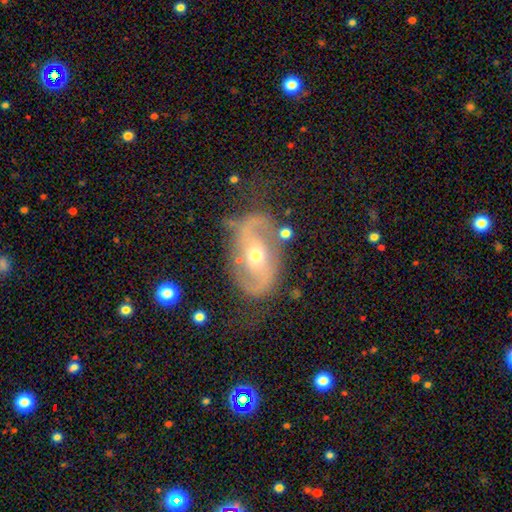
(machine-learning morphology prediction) type=featured or disk (86%); edge-on=no (96%); bar=no (42%); spiral arms=yes (91%); winding=medium (47%); arm count=2 (89%); bulge=moderate (54%); merging=none (71%).